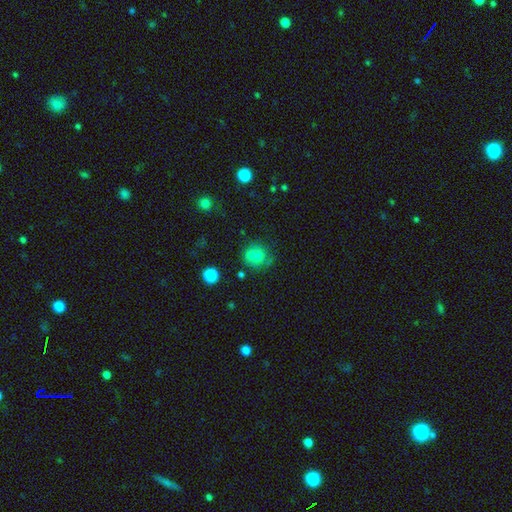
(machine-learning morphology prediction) Smooth or featured?
  - smooth: 69% *
  - featured or disk: 17%
  - star or artifact: 14%
How rounded?
  - round: 82% *
  - in between: 17%
  - cigar-shaped: 1%
Merging?
  - none: 47% *
  - merger: 36%
  - minor disturbance: 12%
  - major disturbance: 5%